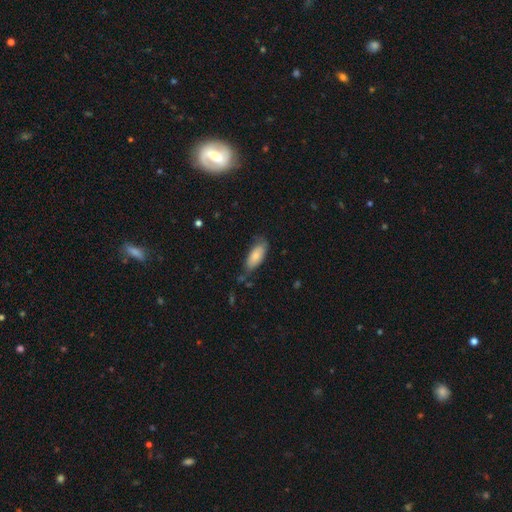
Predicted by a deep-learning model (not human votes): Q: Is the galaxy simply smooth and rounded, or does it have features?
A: smooth — 81%.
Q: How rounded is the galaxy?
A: in between — 84%.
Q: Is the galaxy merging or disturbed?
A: none — 61%.